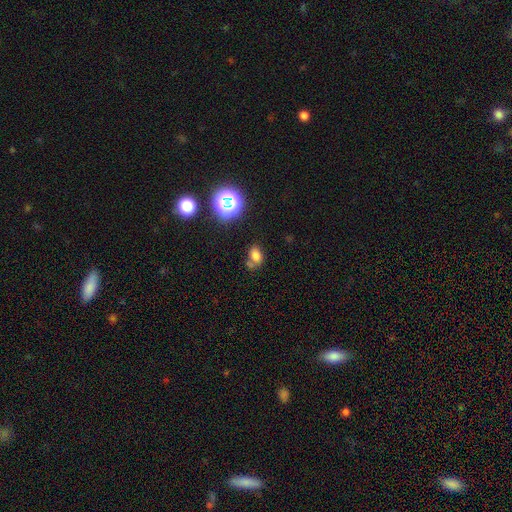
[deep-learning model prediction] smooth-or-featured: smooth: 72% | star or artifact: 18% | featured or disk: 10%
  how-rounded: in between: 74% | round: 24% | cigar-shaped: 1%
  merging: none: 50% | merger: 23% | minor disturbance: 19% | major disturbance: 9%